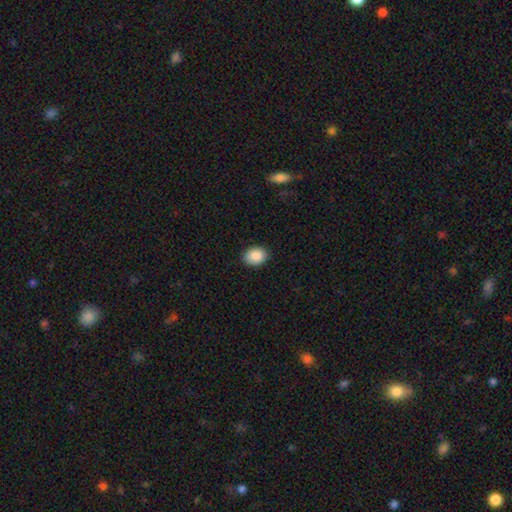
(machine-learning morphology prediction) Smooth or featured: smooth — 88% (star or artifact — 8%)
How rounded: in between — 63% (round — 36%)
Merging: none — 89% (minor disturbance — 8%)